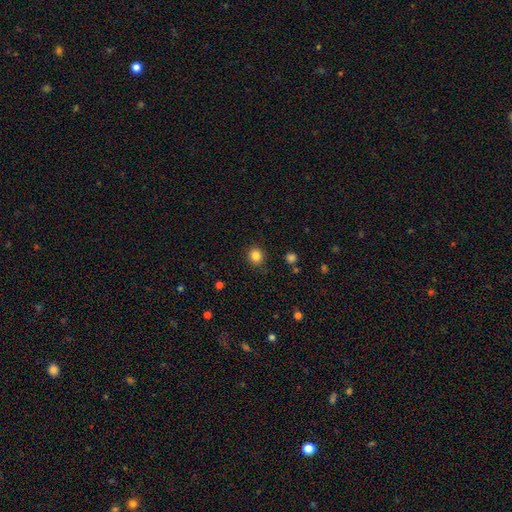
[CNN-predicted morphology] Smooth or featured?
  - smooth: 85% *
  - star or artifact: 11%
  - featured or disk: 4%
How rounded?
  - round: 86% *
  - in between: 14%
  - cigar-shaped: 1%
Merging?
  - none: 88% *
  - minor disturbance: 8%
  - major disturbance: 2%
  - merger: 1%